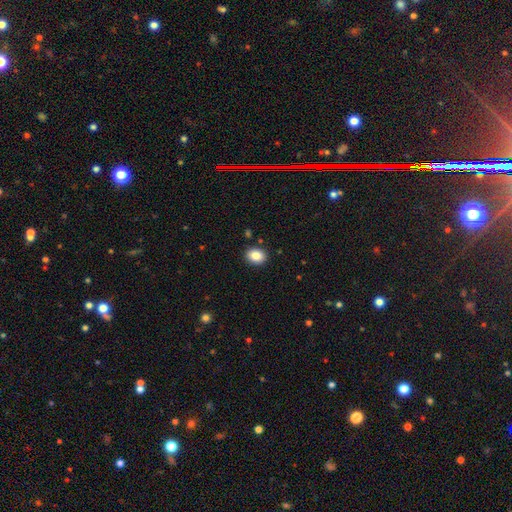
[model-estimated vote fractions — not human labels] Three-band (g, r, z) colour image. It shows a smooth galaxy with no disk features (85%) that is in between round and cigar-shaped (56%). Merging: none (90%).